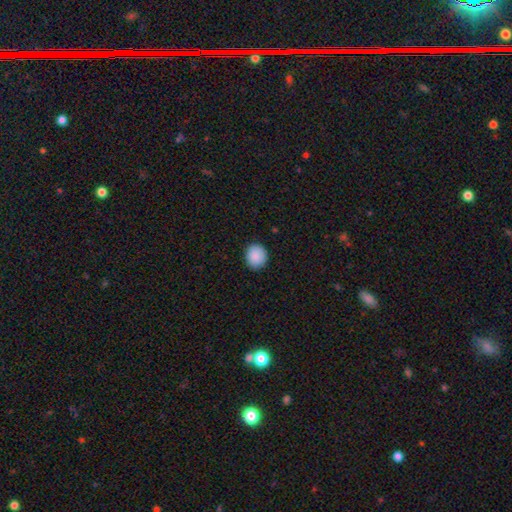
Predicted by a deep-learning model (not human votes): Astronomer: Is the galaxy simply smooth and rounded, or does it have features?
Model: smooth — 89%.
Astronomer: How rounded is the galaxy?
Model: round — 73%.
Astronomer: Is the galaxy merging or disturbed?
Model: none — 89%.